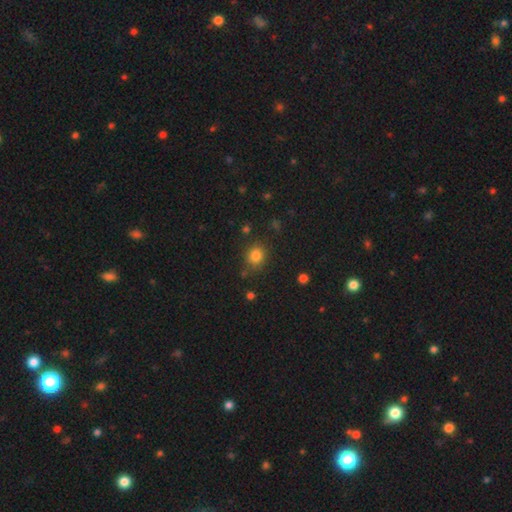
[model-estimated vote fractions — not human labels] A smooth galaxy with no disk features (82%) that is round (74%).

Vote fractions:
- Smooth or featured? smooth: 82% / star or artifact: 13% / featured or disk: 6%
- How rounded? round: 74% / in between: 25% / cigar-shaped: 1%
- Merging? none: 82% / minor disturbance: 11% / major disturbance: 4% / merger: 4%